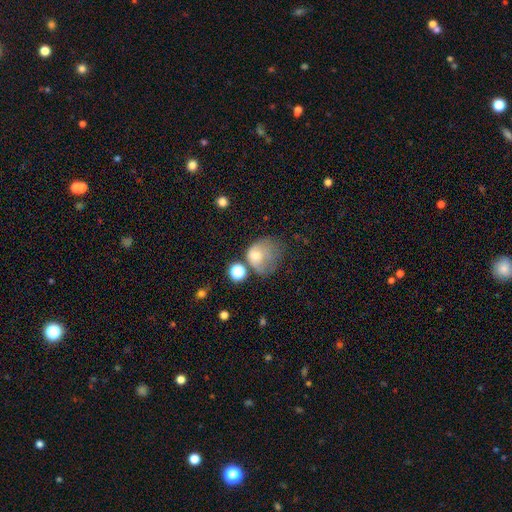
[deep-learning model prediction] smooth-or-featured: smooth: 65% | featured or disk: 23% | star or artifact: 12%
  how-rounded: round: 53% | in between: 46% | cigar-shaped: 1%
  merging: major disturbance: 43% | minor disturbance: 25% | none: 20% | merger: 12%